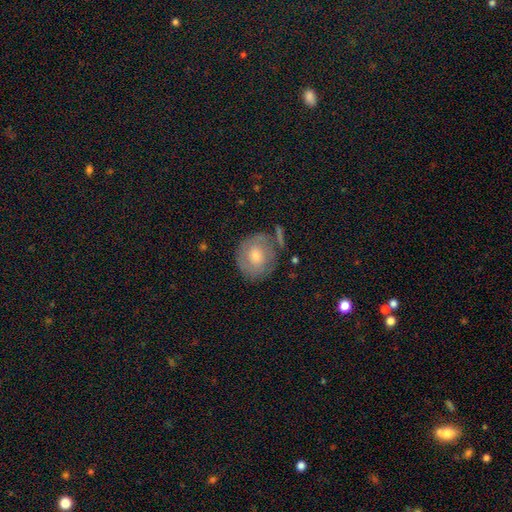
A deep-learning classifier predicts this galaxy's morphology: This appears to be a smooth galaxy with no disk features (54%) that is round (79%). Merging: none (71%).